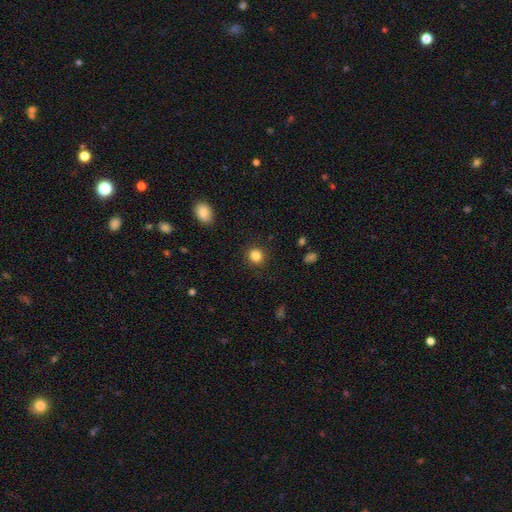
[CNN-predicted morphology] The model was most divided on "smooth or featured": smooth: 84%, star or artifact: 11%, featured or disk: 5%. More confident: merging — none (90%); how rounded — round (89%).